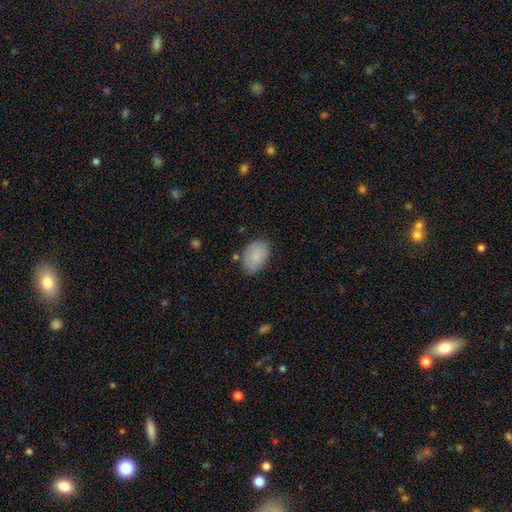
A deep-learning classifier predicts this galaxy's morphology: Smooth or featured? smooth (84%)
How rounded? in between (89%)
Merging? none (75%)